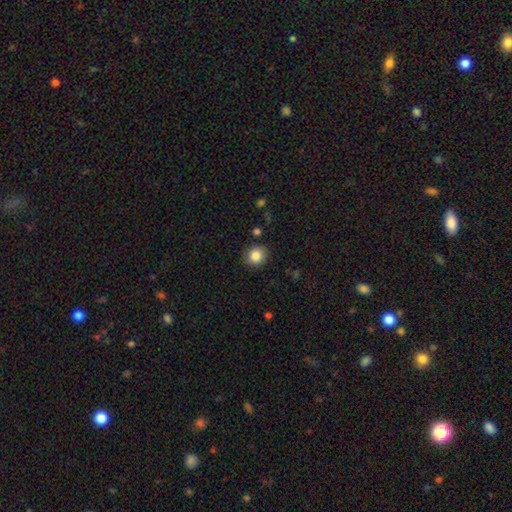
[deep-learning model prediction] smooth-or-featured: smooth: 85% | star or artifact: 10% | featured or disk: 6%
  how-rounded: round: 82% | in between: 17% | cigar-shaped: 1%
  merging: none: 88% | minor disturbance: 8% | major disturbance: 2% | merger: 2%